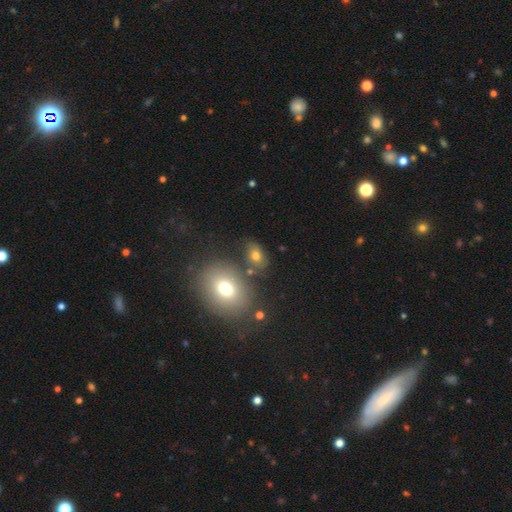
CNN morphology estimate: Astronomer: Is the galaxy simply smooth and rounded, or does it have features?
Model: smooth — 71%.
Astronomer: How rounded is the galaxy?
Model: in between — 75%.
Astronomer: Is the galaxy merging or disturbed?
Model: none — 71%.